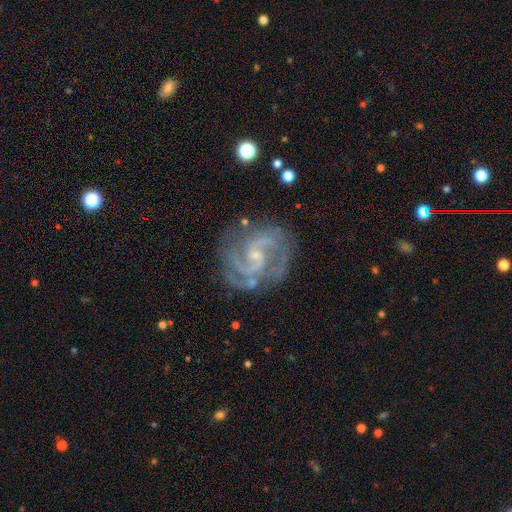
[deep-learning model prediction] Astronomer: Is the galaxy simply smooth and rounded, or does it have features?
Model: featured or disk — 91%.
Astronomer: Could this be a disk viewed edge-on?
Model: no — 98%.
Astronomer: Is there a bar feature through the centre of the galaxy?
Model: weak — 45% (runner-up: no, 41%).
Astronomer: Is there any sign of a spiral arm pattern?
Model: yes — 98%.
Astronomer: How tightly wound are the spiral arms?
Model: medium — 55% (runner-up: tight, 34%).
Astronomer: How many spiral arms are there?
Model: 2 — 74%.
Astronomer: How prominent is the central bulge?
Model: small — 77%.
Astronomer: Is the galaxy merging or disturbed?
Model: none — 74%.